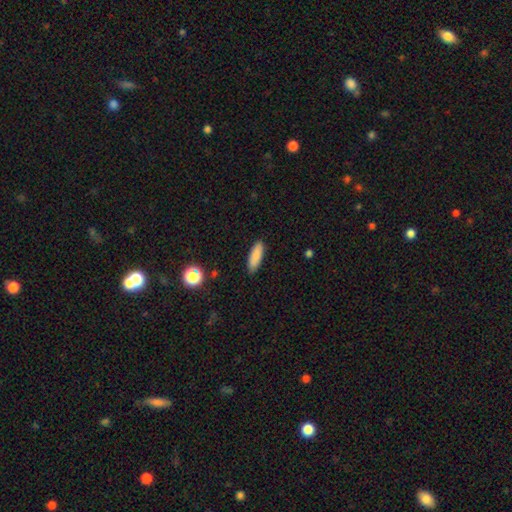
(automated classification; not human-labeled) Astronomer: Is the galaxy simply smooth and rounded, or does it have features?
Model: smooth — 87%.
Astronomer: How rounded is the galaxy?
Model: in between — 52% (runner-up: cigar-shaped, 46%).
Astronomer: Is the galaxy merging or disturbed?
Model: none — 89%.